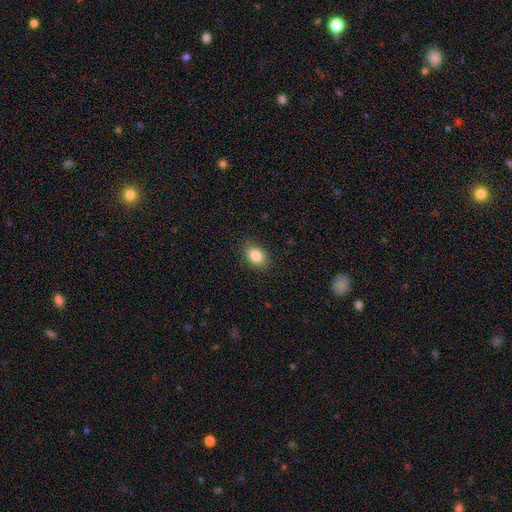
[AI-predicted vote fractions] smooth-or-featured: smooth: 86% | star or artifact: 8% | featured or disk: 6%
  how-rounded: in between: 84% | round: 15% | cigar-shaped: 1%
  merging: none: 87% | minor disturbance: 9% | major disturbance: 2% | merger: 1%